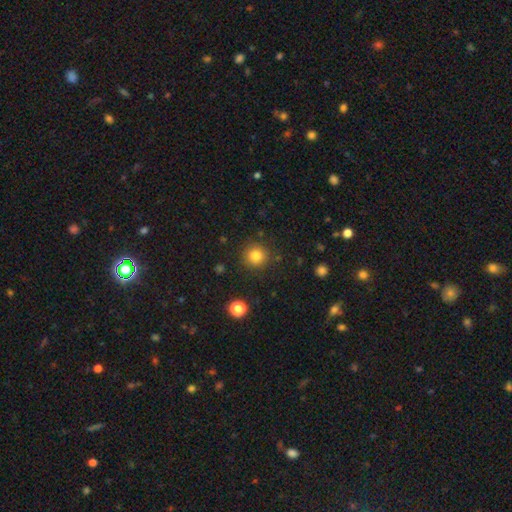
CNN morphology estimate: A smooth galaxy with no disk features (83%) that is round (93%). Merging: none (88%).